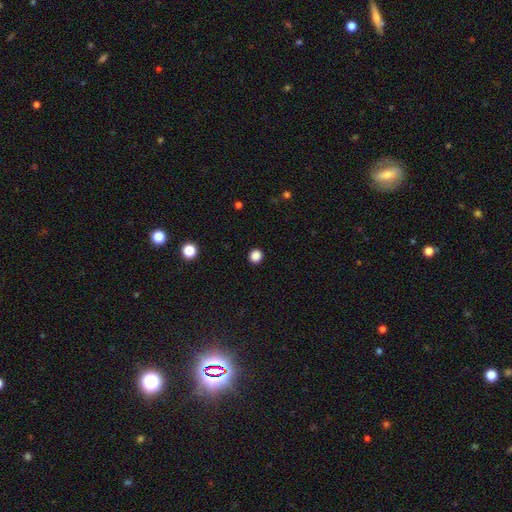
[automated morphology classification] smooth-or-featured: smooth: 86% | star or artifact: 11% | featured or disk: 2%
  how-rounded: round: 91% | in between: 8% | cigar-shaped: 1%
  merging: none: 93% | minor disturbance: 5% | major disturbance: 2% | merger: 1%